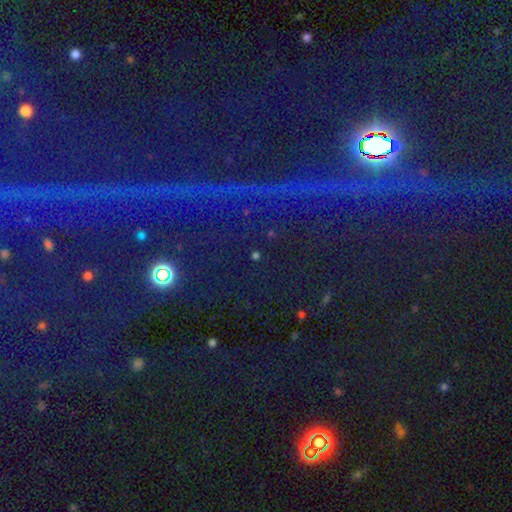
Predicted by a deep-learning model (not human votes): star or artifact 77%, smooth 15%, featured or disk 8%.